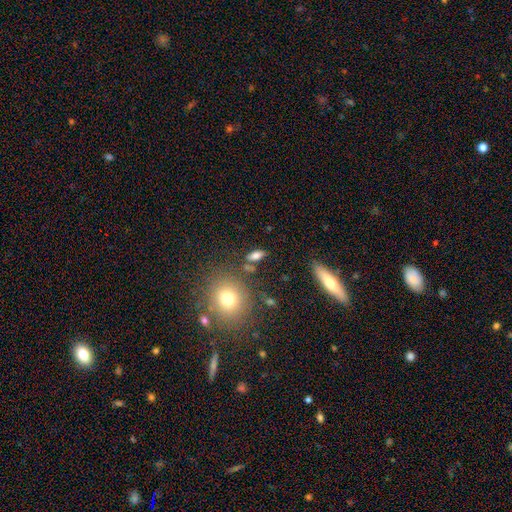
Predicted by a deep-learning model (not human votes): A smooth galaxy with no disk features (72%) that is in between round and cigar-shaped (72%). Merging: none (76%).